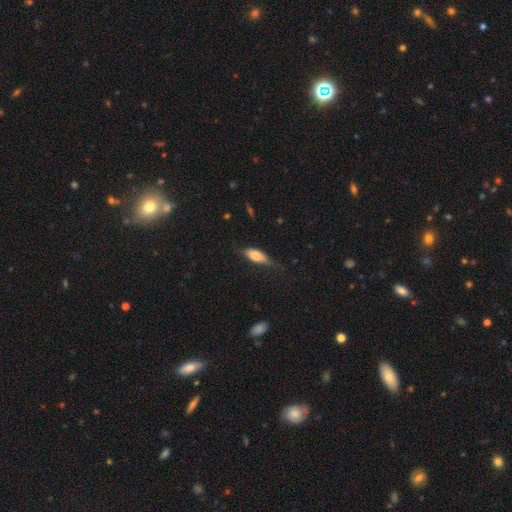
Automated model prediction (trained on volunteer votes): smooth-or-featured: smooth: 60% | featured or disk: 32% | star or artifact: 7%
  how-rounded: in between: 71% | cigar-shaped: 26% | round: 4%
  merging: none: 59% | minor disturbance: 29% | major disturbance: 11% | merger: 2%